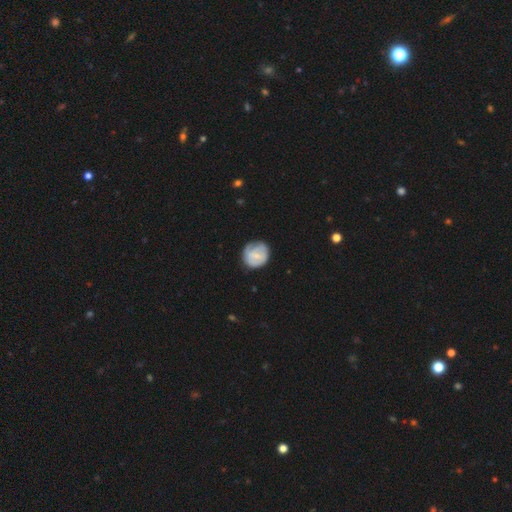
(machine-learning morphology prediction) The model was most divided on "smooth or featured": smooth: 58%, featured or disk: 35%, star or artifact: 7%. More confident: how rounded — round (86%); merging — none (69%).